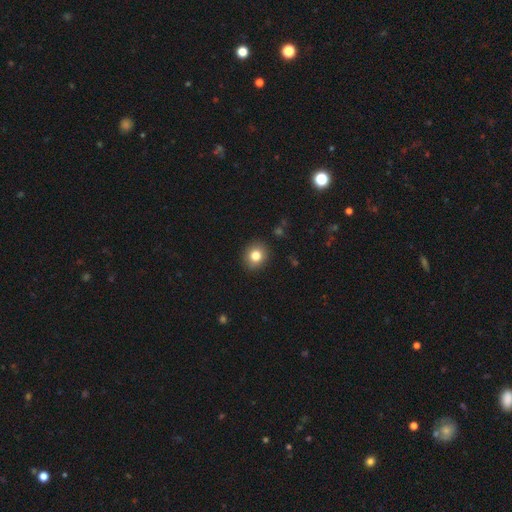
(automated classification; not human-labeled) Smooth or featured? smooth (82%)
How rounded? round (80%)
Merging? none (90%)